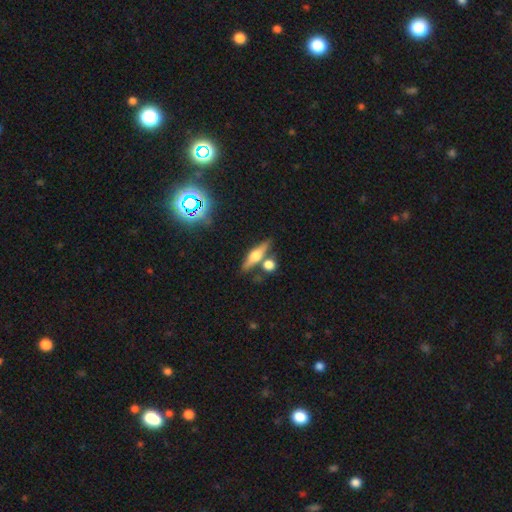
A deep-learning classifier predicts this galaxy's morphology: This appears to be a featured or disk galaxy (53%) viewed edge-on (90%). Merging: none (72%).